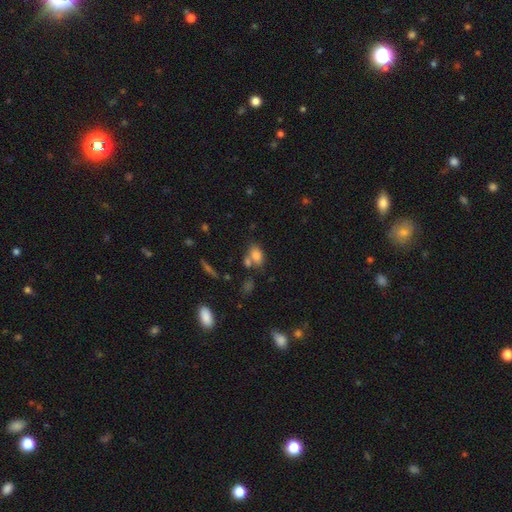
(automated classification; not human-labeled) smooth_or_featured: smooth (p=0.79) [alt: star or artifact p=0.11]
how_rounded: in between (p=0.84) [alt: round p=0.14]
merging: none (p=0.52) [alt: merger p=0.28]